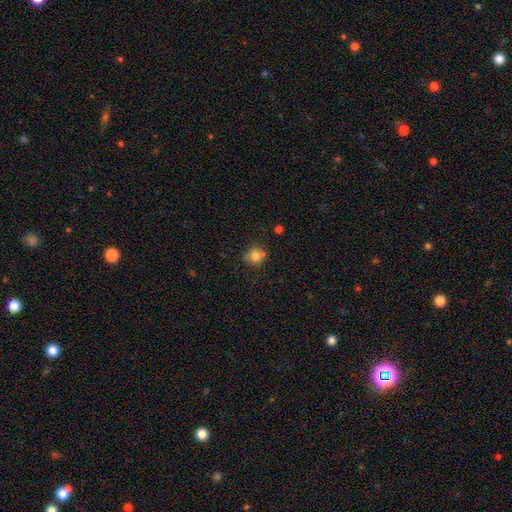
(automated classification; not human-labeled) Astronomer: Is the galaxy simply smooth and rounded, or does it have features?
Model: smooth — 78%.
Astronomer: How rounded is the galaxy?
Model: round — 84%.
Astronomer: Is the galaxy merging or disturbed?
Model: none — 67%.